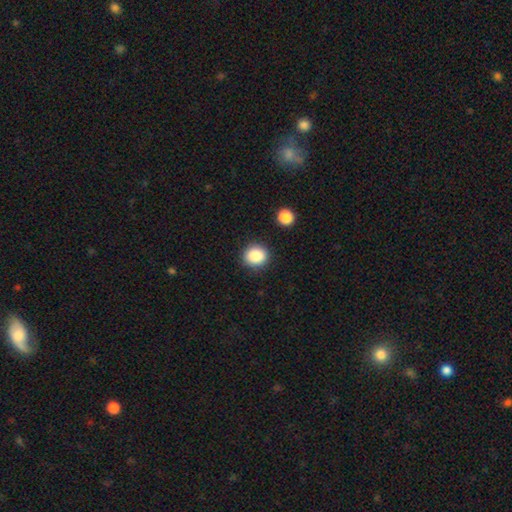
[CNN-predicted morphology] Smooth or featured? Predicted: smooth (p=0.87). How rounded? Predicted: round (p=0.81). Merging? Predicted: none (p=0.88).